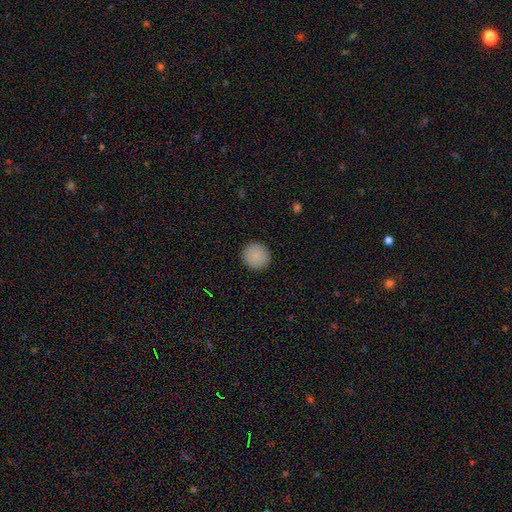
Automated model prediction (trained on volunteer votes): This is clearly a smooth galaxy (88%). How rounded: clearly round (94%). Merging: clearly none (92%).